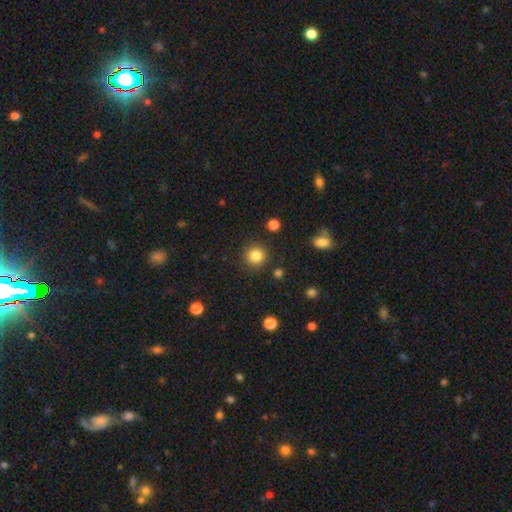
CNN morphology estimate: Overall: smooth (84%). How rounded: round (93%). Merging: none (89%).